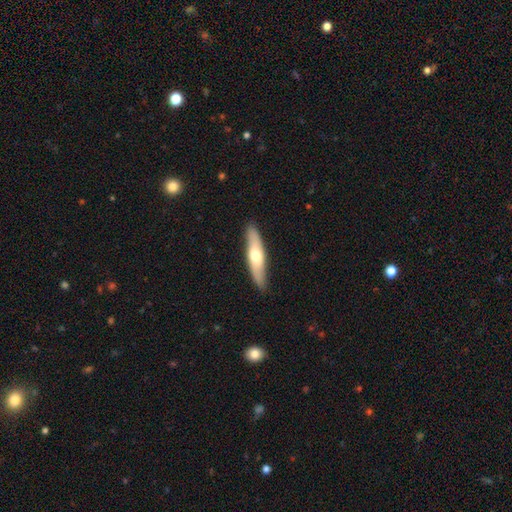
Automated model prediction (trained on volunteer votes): smooth_or_featured: smooth (p=0.50) [alt: featured or disk p=0.45]
how_rounded: cigar-shaped (p=0.79) [alt: in between p=0.19]
merging: none (p=0.88) [alt: minor disturbance p=0.09]